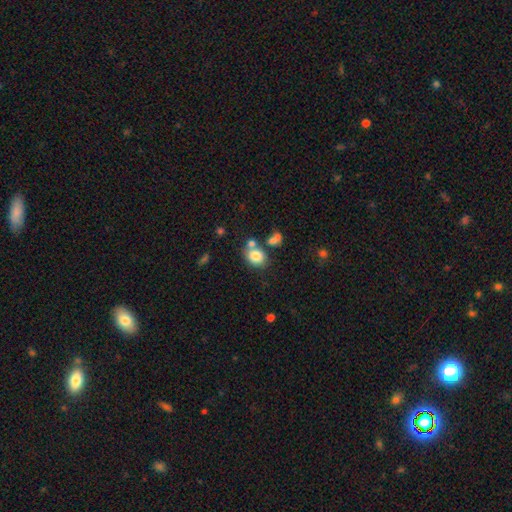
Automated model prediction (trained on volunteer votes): smooth_or_featured: smooth (p=0.81) [alt: star or artifact p=0.10]
how_rounded: round (p=0.53) [alt: in between p=0.46]
merging: none (p=0.58) [alt: merger p=0.23]